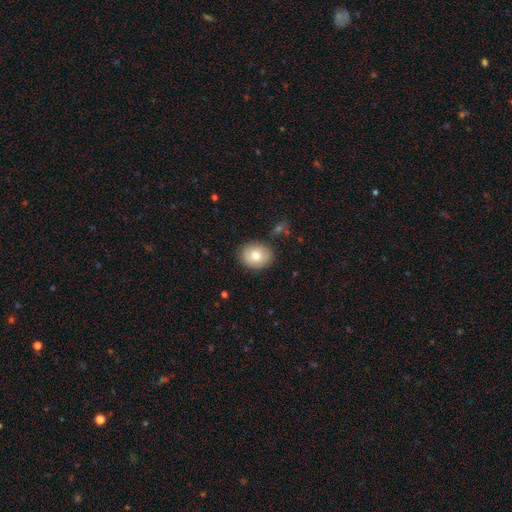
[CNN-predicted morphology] smooth 74%, featured or disk 18%, star or artifact 8%. Down the decision tree: how rounded — round (58%); merging — none (84%).